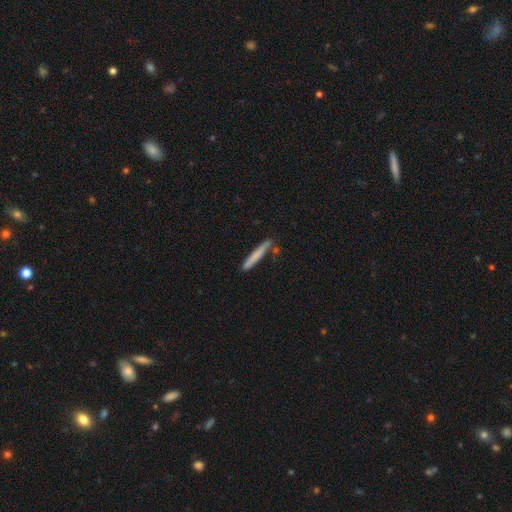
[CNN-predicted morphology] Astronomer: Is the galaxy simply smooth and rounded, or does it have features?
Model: smooth — 74%.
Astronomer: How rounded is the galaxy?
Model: cigar-shaped — 96%.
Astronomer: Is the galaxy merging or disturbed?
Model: none — 81%.